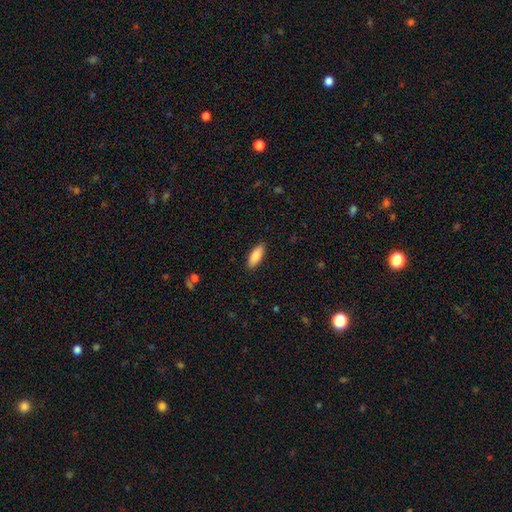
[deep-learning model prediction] A smooth galaxy with no disk features (87%) that is in between round and cigar-shaped (72%). Merging: none (89%).